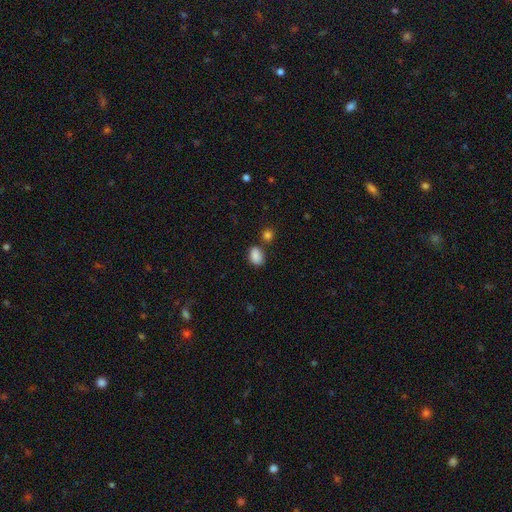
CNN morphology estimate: This is clearly a smooth galaxy (86%). How rounded: likely in between (77%). Merging: likely none (67%).